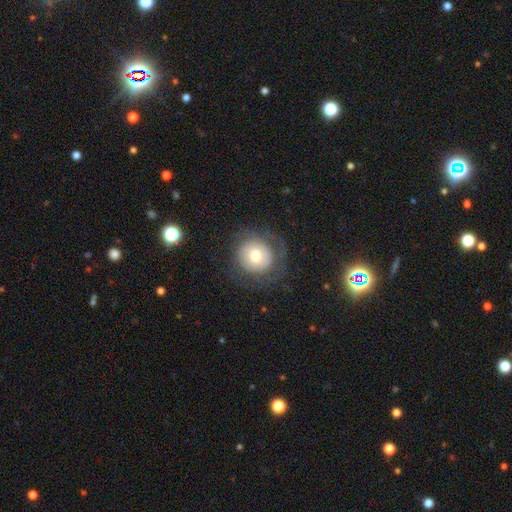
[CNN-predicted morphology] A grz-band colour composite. It shows a smooth galaxy with no disk features (55%) that is round (88%). Merging: none (71%).